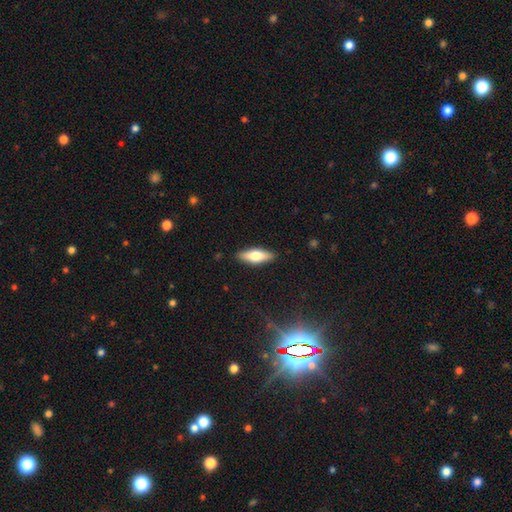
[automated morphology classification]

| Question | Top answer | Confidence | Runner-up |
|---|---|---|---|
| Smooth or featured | smooth | 59% | featured or disk (34%) |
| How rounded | in between | 56% | cigar-shaped (41%) |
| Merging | none | 89% | minor disturbance (8%) |